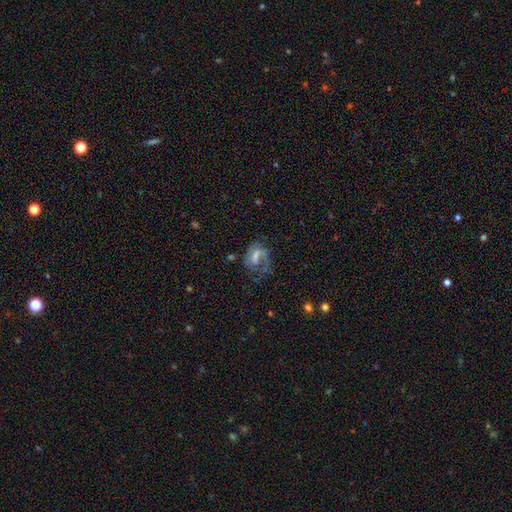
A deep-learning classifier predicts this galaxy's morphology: Smooth or featured: featured or disk — 61% (smooth — 29%)
Edge-on disk: no — 97% (yes — 3%)
Bar: weak — 49% (no — 30%)
Spiral arms: yes — 78% (no — 22%)
Bulge size: moderate — 35% (small — 29%)
Merging: major disturbance — 39% (none — 36%)